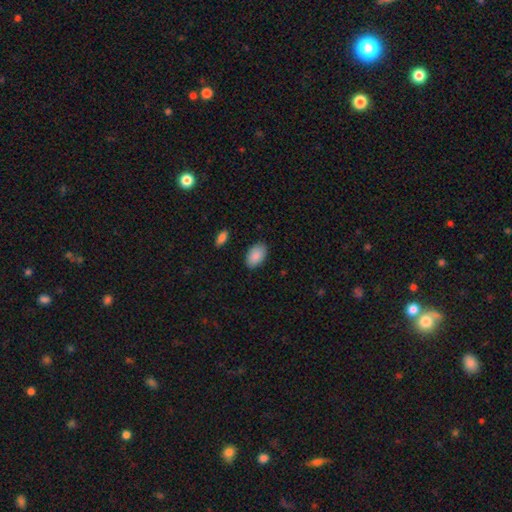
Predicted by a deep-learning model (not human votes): Smooth or featured: smooth — 89% (star or artifact — 6%)
How rounded: in between — 94% (round — 5%)
Merging: none — 87% (minor disturbance — 10%)